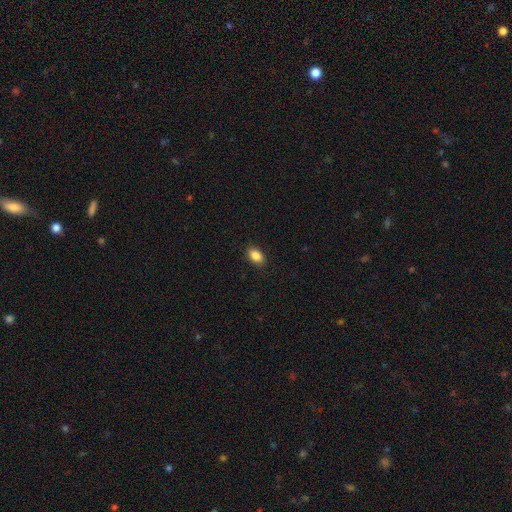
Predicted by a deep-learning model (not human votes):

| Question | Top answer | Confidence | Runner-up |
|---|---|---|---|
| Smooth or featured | smooth | 87% | star or artifact (8%) |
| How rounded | in between | 89% | round (9%) |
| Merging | none | 89% | minor disturbance (8%) |